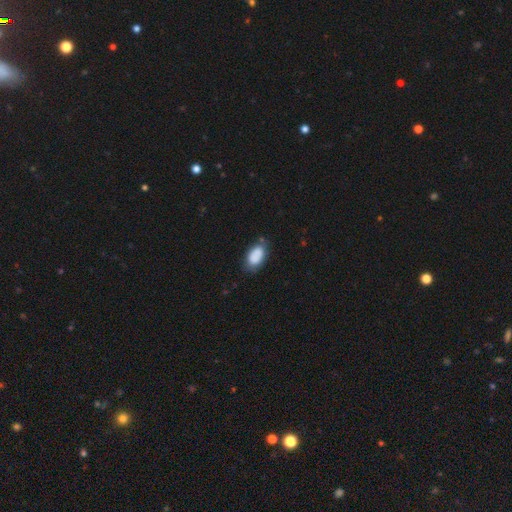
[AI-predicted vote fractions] Q: Smooth or featured?
A: smooth (80%); runner-up: featured or disk (12%)
Q: How rounded?
A: in between (91%); runner-up: round (7%)
Q: Merging?
A: none (62%); runner-up: minor disturbance (27%)